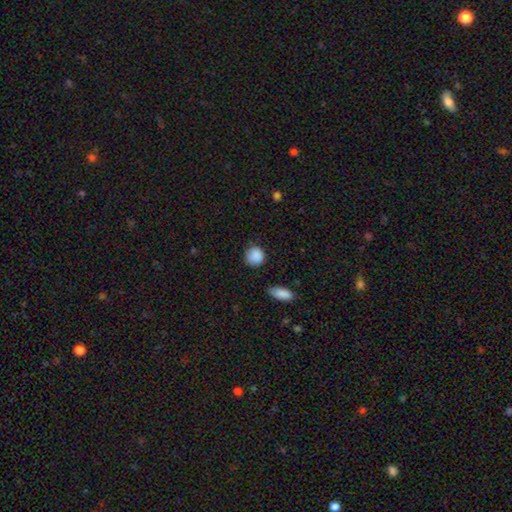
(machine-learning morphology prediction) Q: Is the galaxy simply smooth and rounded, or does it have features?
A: smooth — 89%.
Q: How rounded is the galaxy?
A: round — 88%.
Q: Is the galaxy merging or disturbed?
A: none — 81%.